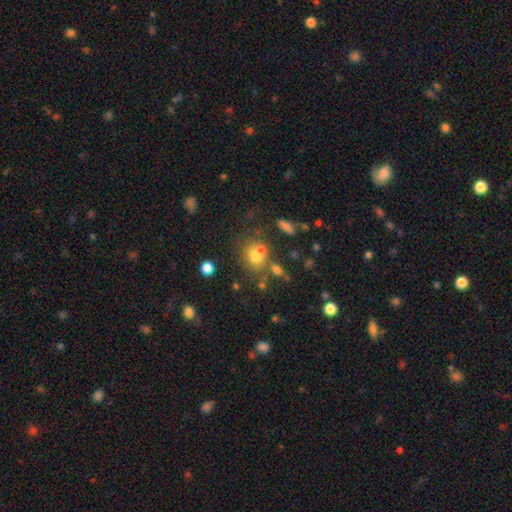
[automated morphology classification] Overall: smooth (66%). How rounded: round (75%). Merging: none (48%; merger 35%).